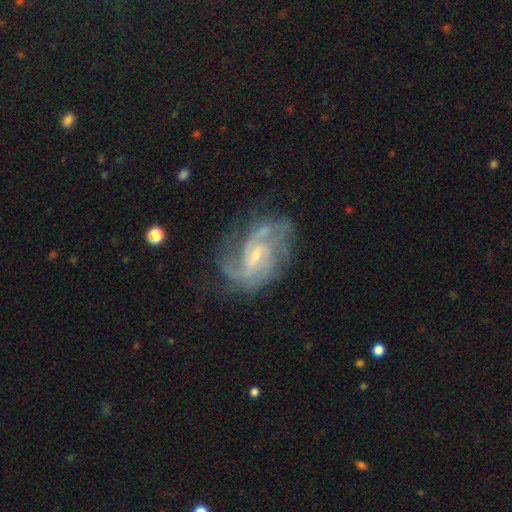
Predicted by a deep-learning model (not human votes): The model was most divided on "spiral arm count": 2: 41%, 3: 23%, can't tell: 19%, 4: 8%, 1: 5%, more than 4: 5%. More confident: edge-on disk — no (98%); spiral arms — yes (96%); smooth or featured — featured or disk (88%); bulge size — small (68%); merging — none (62%); bar — weak (57%); spiral winding — medium (50%).